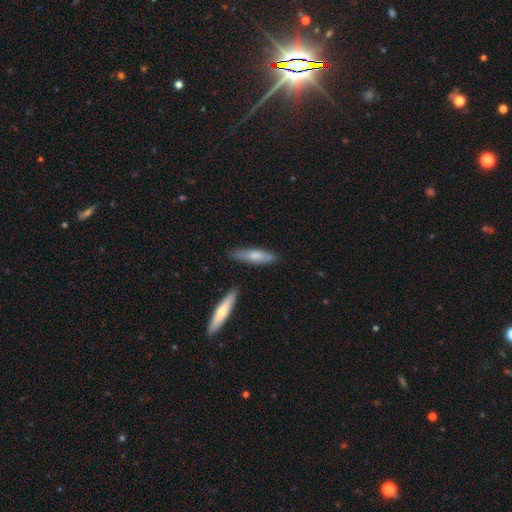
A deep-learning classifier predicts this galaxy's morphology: type=smooth (68%); roundness=cigar-shaped (70%); merging=none (79%).